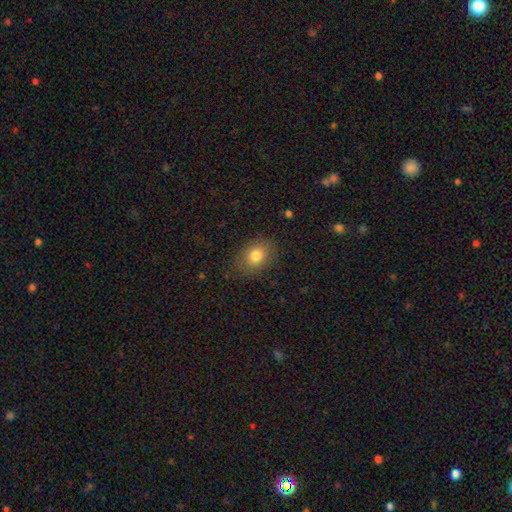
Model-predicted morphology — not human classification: Smooth or featured? Predicted: smooth (p=0.80). How rounded? Predicted: in between (p=0.61). Merging? Predicted: none (p=0.84).